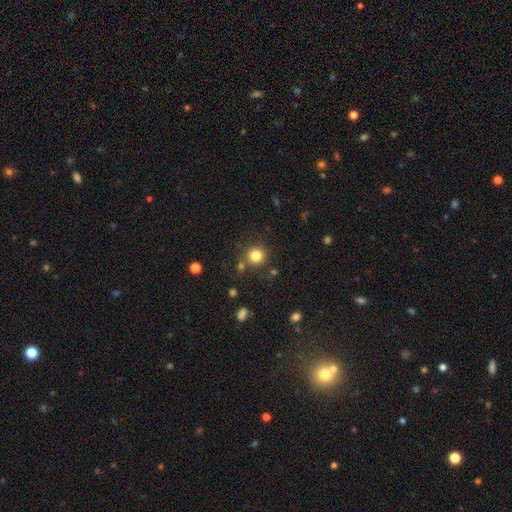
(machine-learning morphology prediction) This appears to be a smooth galaxy with no disk features (81%) that is round (92%). Merging: none (80%).